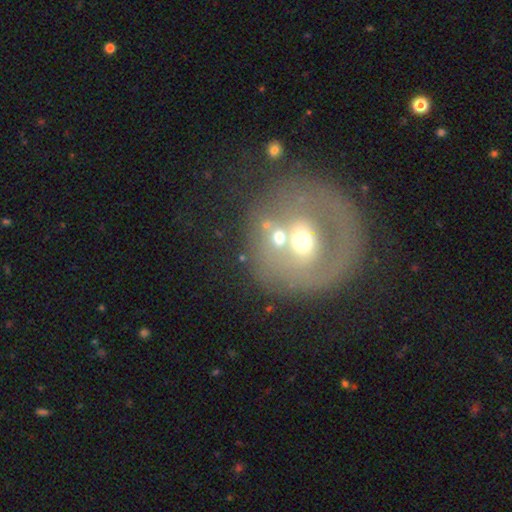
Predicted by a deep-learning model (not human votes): This appears to be a featured or disk galaxy (55%) with no bar (69%), no spiral arms (72%) and a moderate central bulge (67%). Merging: none (50%).